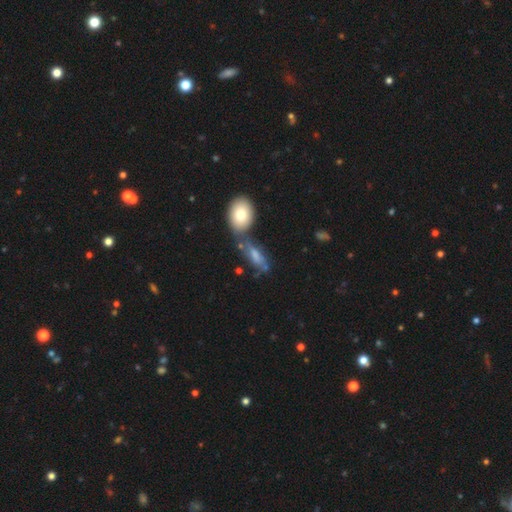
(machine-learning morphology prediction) This appears to be a smooth galaxy with no disk features (61%) that is in between round and cigar-shaped (69%). Merging: none (38%).